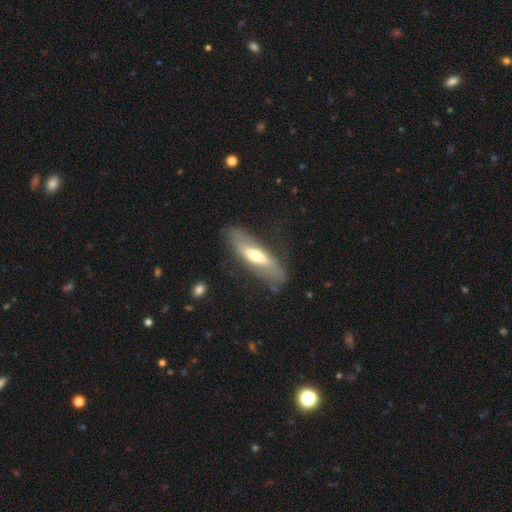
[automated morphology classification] This is possibly a featured or disk galaxy (55%). It is possibly not viewed edge-on (57%). Merging: likely none (72%).